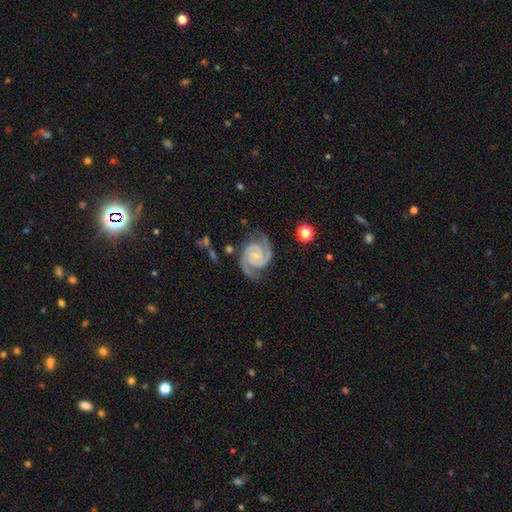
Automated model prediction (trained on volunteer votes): Overall: featured or disk (93%). Edge-on disk: no (98%). Bar: no (59%; weak 30%). Spiral arms: yes (99%). Spiral arm count: 2 (93%). Spiral winding: tight (60%; medium 36%). Bulge size: small (69%). Merging: none (79%).